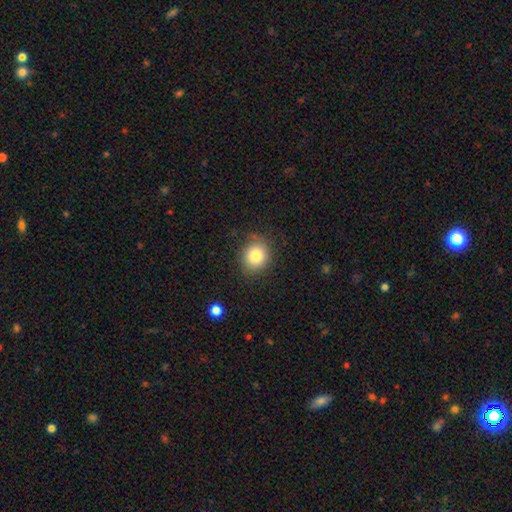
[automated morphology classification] smooth_or_featured: smooth (p=0.81) [alt: star or artifact p=0.10]
how_rounded: round (p=0.76) [alt: in between p=0.23]
merging: none (p=0.80) [alt: minor disturbance p=0.14]